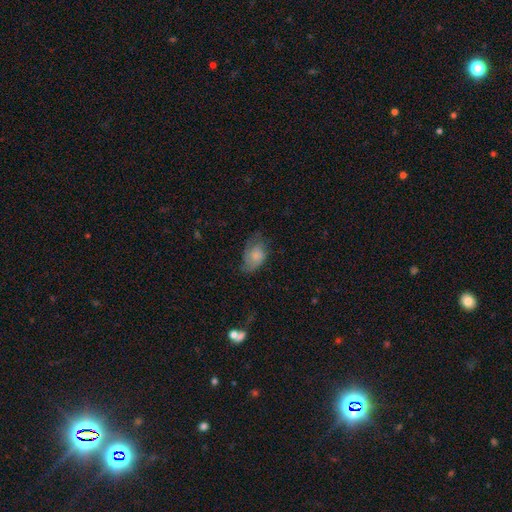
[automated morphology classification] This appears to be a smooth galaxy with no disk features (57%) that is in between round and cigar-shaped (86%). Merging: none (49%).